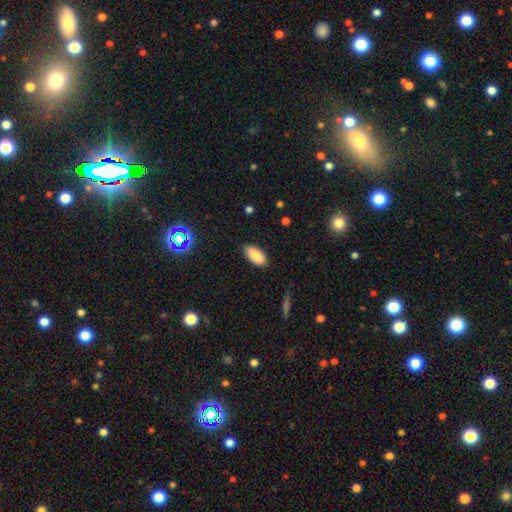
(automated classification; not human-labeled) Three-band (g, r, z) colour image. It shows a smooth galaxy with no disk features (87%) that is in between round and cigar-shaped (91%). Merging: none (85%).